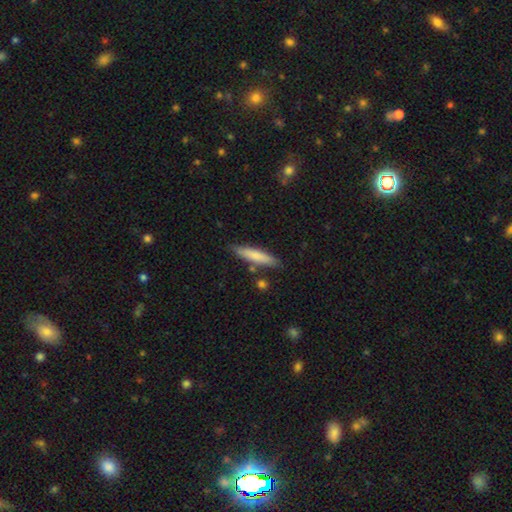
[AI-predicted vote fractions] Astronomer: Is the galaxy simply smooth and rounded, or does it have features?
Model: smooth — 75%.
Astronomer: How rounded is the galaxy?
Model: cigar-shaped — 86%.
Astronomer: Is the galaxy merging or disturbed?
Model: none — 82%.